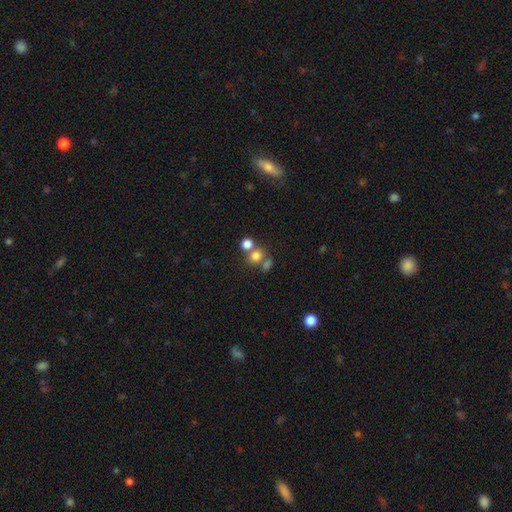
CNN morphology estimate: type=smooth (73%); roundness=round (76%); merging=none (49%).